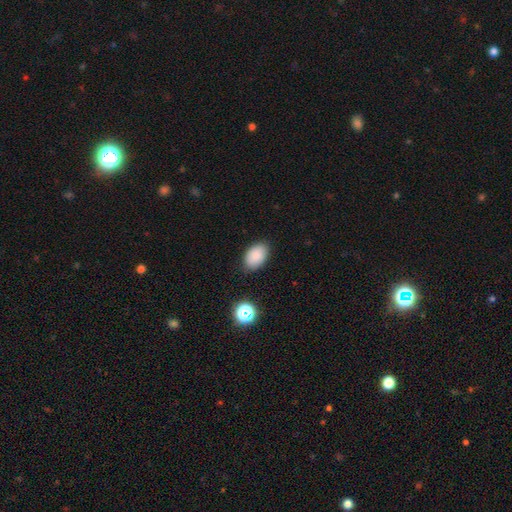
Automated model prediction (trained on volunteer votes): smooth_or_featured: smooth (p=0.87) [alt: star or artifact p=0.09]
how_rounded: in between (p=0.90) [alt: round p=0.09]
merging: none (p=0.85) [alt: minor disturbance p=0.11]